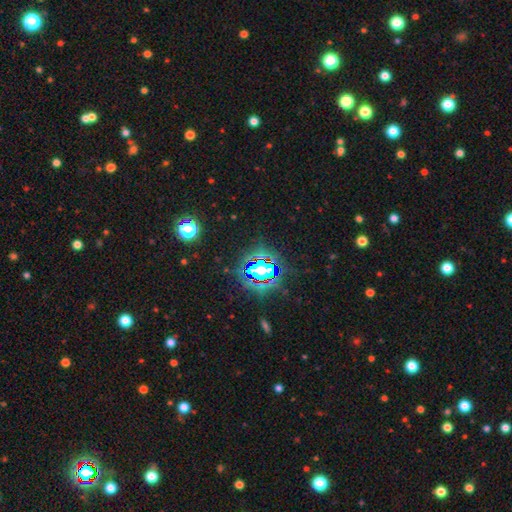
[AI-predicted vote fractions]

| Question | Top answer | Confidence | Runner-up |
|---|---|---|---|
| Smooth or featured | star or artifact | 81% | smooth (12%) |